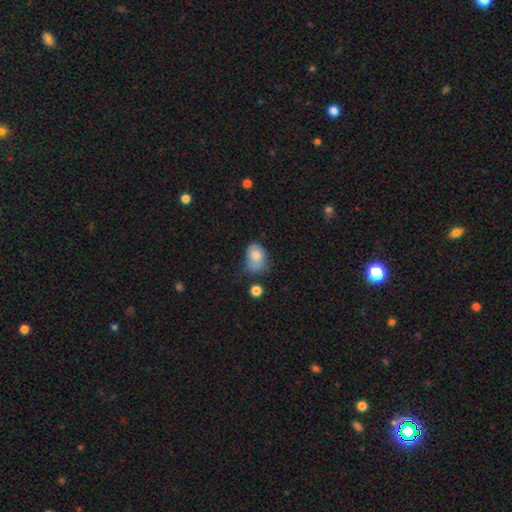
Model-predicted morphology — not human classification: Overall: smooth (78%). How rounded: in between (73%). Merging: minor disturbance (39%; none 38%).